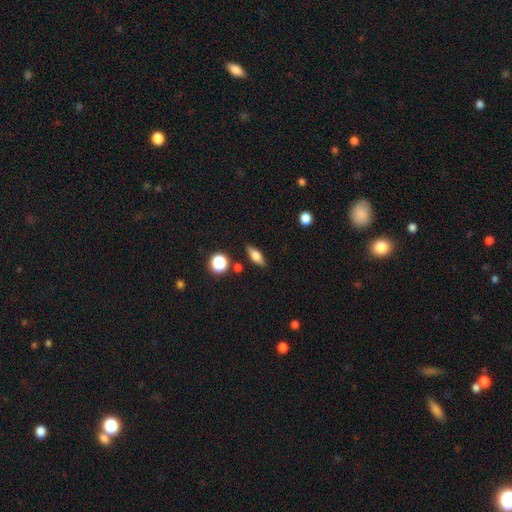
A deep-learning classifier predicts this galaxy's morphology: Smooth or featured: smooth — 62% (featured or disk — 29%)
How rounded: in between — 58% (cigar-shaped — 33%)
Merging: none — 84% (minor disturbance — 10%)